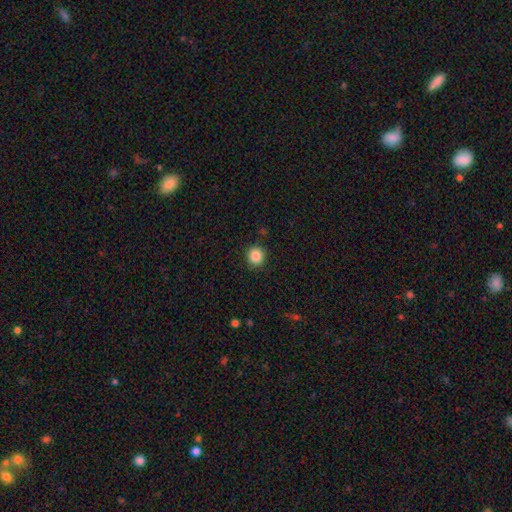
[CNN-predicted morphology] This is clearly a smooth galaxy (86%). How rounded: clearly round (90%). Merging: clearly none (90%).